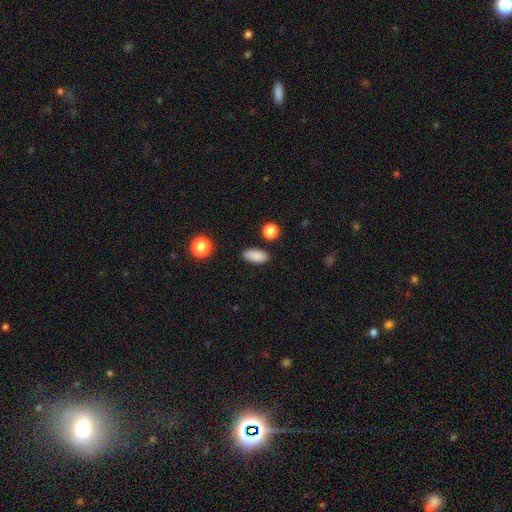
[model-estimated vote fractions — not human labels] smooth 87%, star or artifact 8%, featured or disk 4%. Down the decision tree: how rounded — in between (85%); merging — none (88%).